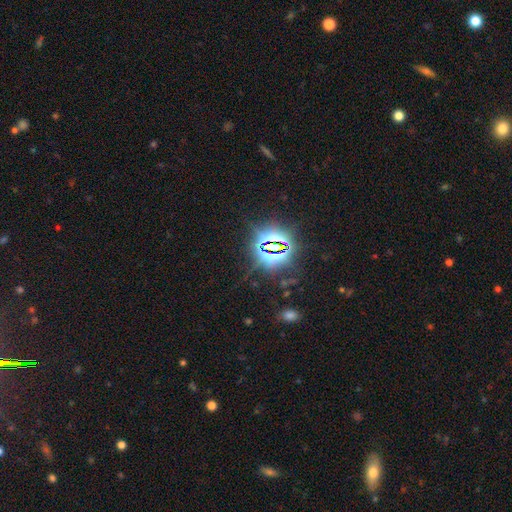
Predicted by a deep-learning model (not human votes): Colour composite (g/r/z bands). It shows a star or artifact, not a galaxy (83%).